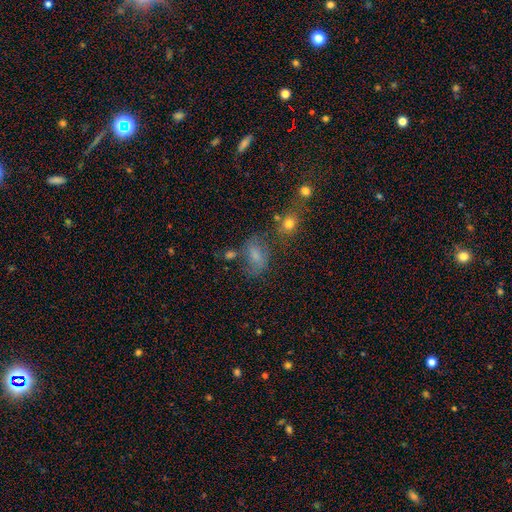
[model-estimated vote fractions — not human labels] Smooth or featured? smooth (61%)
How rounded? in between (78%)
Merging? none (47%)